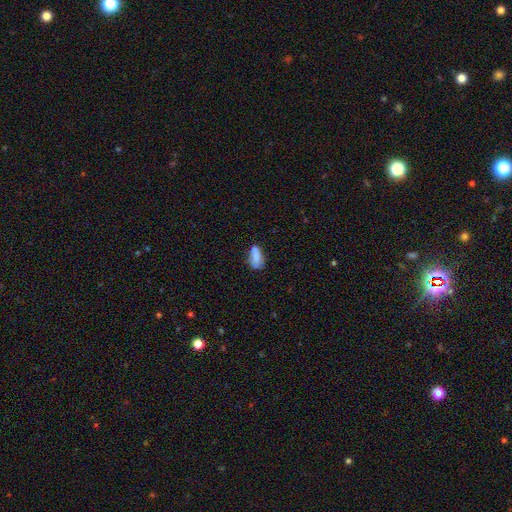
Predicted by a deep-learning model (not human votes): Smooth or featured: smooth — 78% (featured or disk — 13%)
How rounded: in between — 81% (cigar-shaped — 15%)
Merging: none — 51% (minor disturbance — 31%)